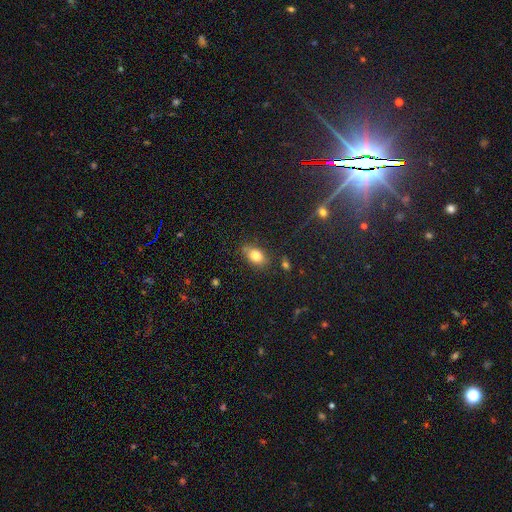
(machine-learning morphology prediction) This appears to be a smooth galaxy with no disk features (80%) that is in between round and cigar-shaped (80%). Merging: none (76%).